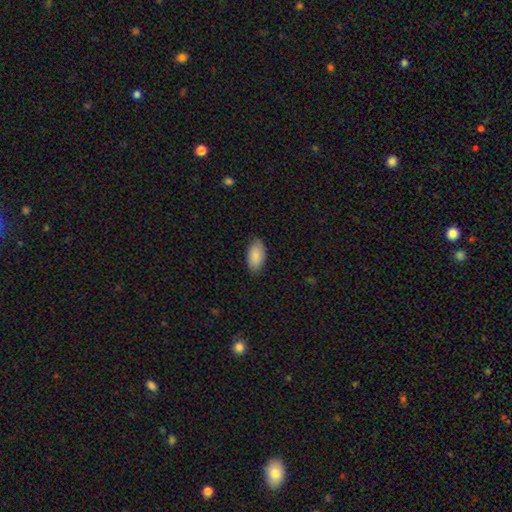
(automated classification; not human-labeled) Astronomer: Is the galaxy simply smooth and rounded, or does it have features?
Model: smooth — 85%.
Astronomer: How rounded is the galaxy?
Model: in between — 95%.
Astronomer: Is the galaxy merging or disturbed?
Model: none — 84%.